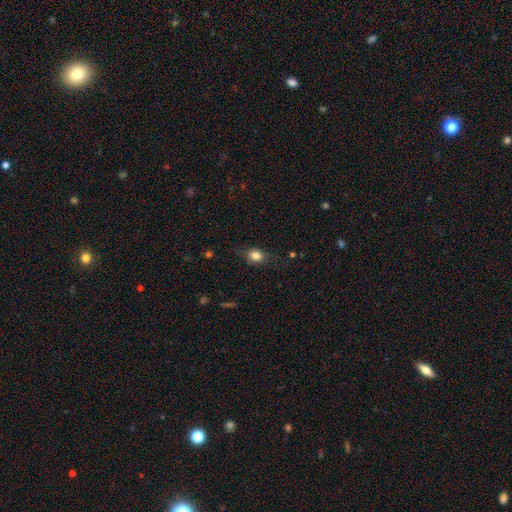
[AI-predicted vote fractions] smooth_or_featured: smooth (p=0.82) [alt: star or artifact p=0.11]
how_rounded: in between (p=0.54) [alt: round p=0.44]
merging: none (p=0.72) [alt: minor disturbance p=0.21]